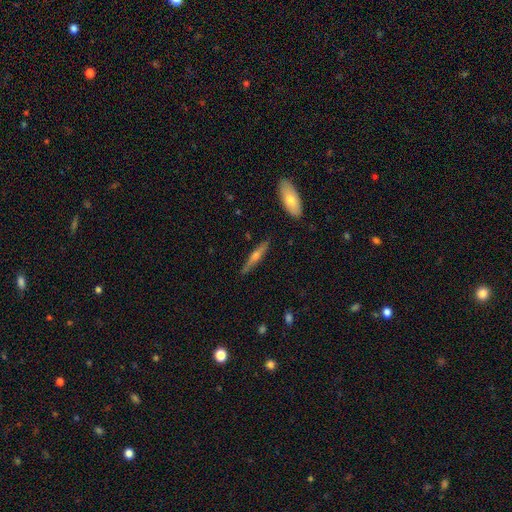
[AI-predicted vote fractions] Overall: featured or disk (61%; smooth 33%). Edge-on disk: yes (96%). Edge-on bulge: rounded (89%). Merging: none (88%).